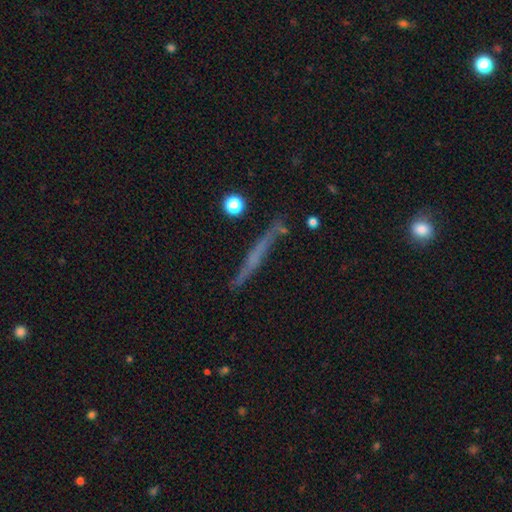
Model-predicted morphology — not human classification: smooth-or-featured: featured or disk: 56% | smooth: 34% | star or artifact: 11%
  disk-edge-on: yes: 92% | no: 8%
    edge-on-bulge: none: 74% | rounded: 17% | boxy: 9%
  merging: none: 78% | minor disturbance: 15% | major disturbance: 4% | merger: 3%